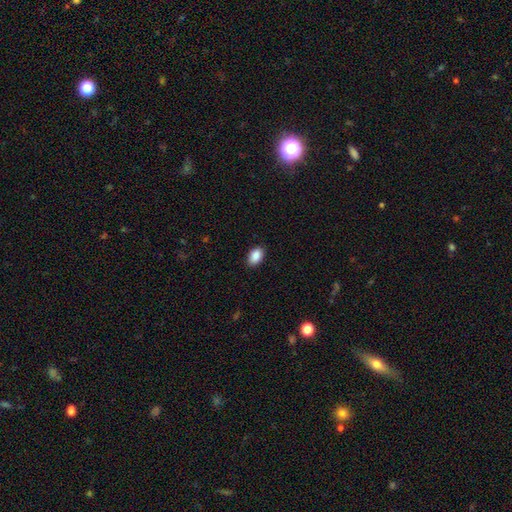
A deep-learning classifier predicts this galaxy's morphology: Overall: smooth (89%). How rounded: in between (90%). Merging: none (89%).